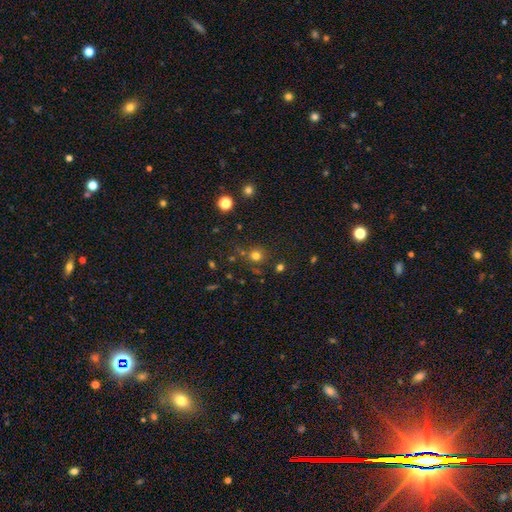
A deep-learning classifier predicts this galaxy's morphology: smooth-or-featured: smooth: 72% | star or artifact: 22% | featured or disk: 7%
  how-rounded: round: 91% | in between: 8% | cigar-shaped: 1%
  merging: none: 76% | minor disturbance: 11% | merger: 8% | major disturbance: 4%